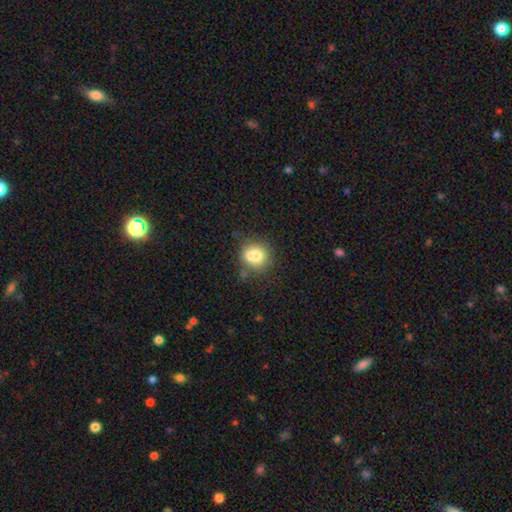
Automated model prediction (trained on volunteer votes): Smooth or featured? Predicted: smooth (p=0.79). How rounded? Predicted: round (p=0.80). Merging? Predicted: none (p=0.69).